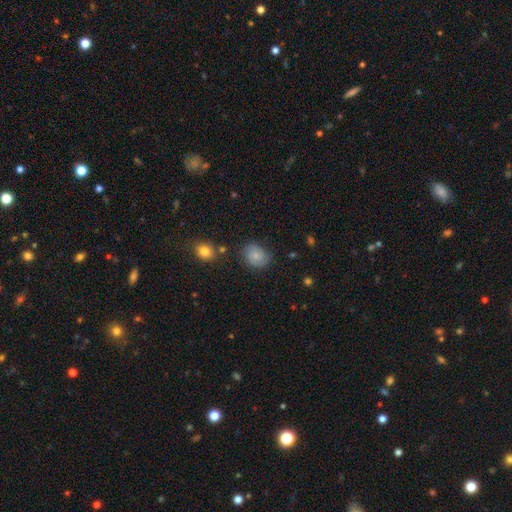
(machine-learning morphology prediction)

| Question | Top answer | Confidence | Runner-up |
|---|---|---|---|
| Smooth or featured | smooth | 63% | featured or disk (28%) |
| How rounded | round | 50% | in between (49%) |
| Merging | none | 69% | minor disturbance (22%) |